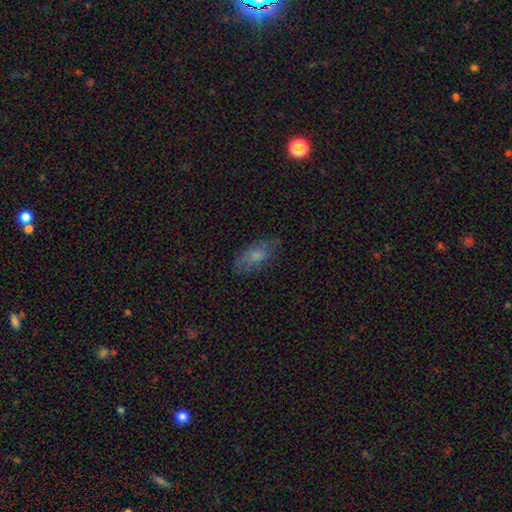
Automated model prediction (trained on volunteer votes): Smooth or featured?
  - smooth: 71% *
  - featured or disk: 20%
  - star or artifact: 9%
How rounded?
  - in between: 85% *
  - cigar-shaped: 11%
  - round: 4%
Merging?
  - none: 72% *
  - minor disturbance: 21%
  - major disturbance: 6%
  - merger: 1%